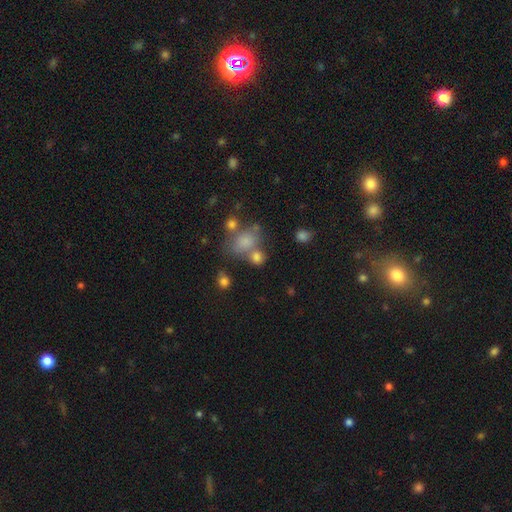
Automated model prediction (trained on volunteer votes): Q: Smooth or featured?
A: smooth (69%); runner-up: star or artifact (18%)
Q: How rounded?
A: round (56%); runner-up: in between (43%)
Q: Merging?
A: none (48%); runner-up: merger (27%)